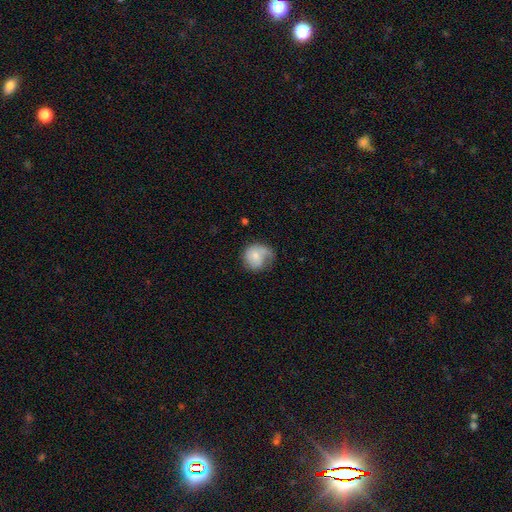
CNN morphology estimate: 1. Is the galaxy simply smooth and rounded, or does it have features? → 56% smooth, 36% featured or disk, 7% star or artifact.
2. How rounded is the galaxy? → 76% round, 23% in between, 1% cigar-shaped.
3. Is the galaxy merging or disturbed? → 41% none, 30% minor disturbance, 26% major disturbance, 3% merger.